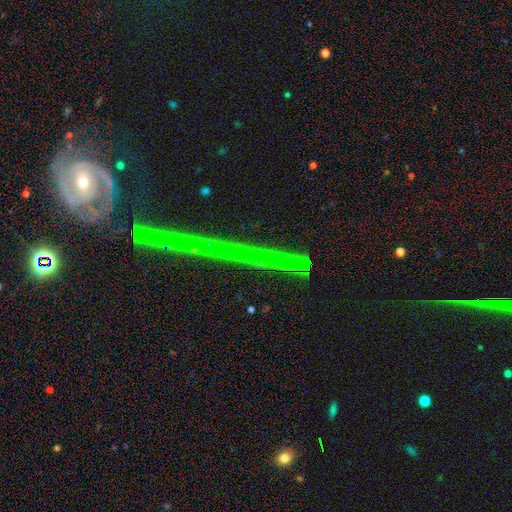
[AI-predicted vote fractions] A featured or disk galaxy (61%) viewed edge-on (88%) with no central bulge (72%).

Vote fractions:
- Smooth or featured? featured or disk: 61% / star or artifact: 28% / smooth: 12%
- Edge-on disk? yes: 88% / no: 12%
- Edge-on bulge? none: 72% / rounded: 20% / boxy: 7%
- Merging? none: 85% / minor disturbance: 8% / merger: 4% / major disturbance: 3%